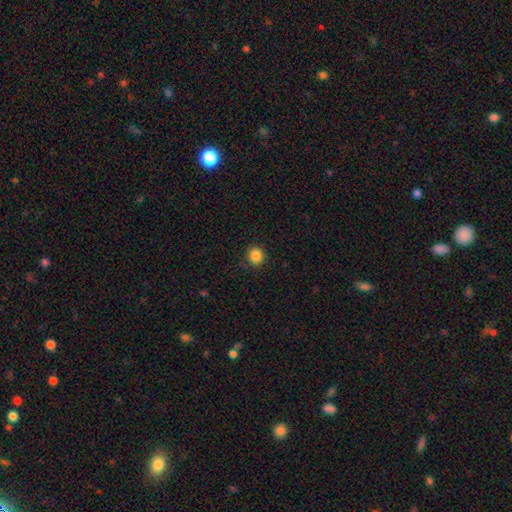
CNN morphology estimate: This is clearly a smooth galaxy (85%). How rounded: clearly round (85%). Merging: clearly none (88%).